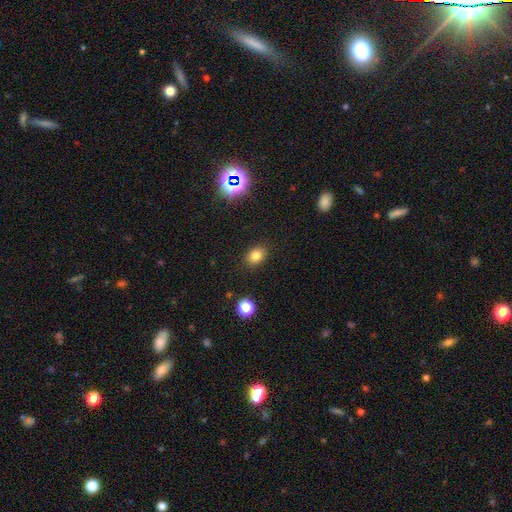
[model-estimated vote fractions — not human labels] This is likely a smooth galaxy (78%). How rounded: likely in between (64%). Merging: clearly none (87%).